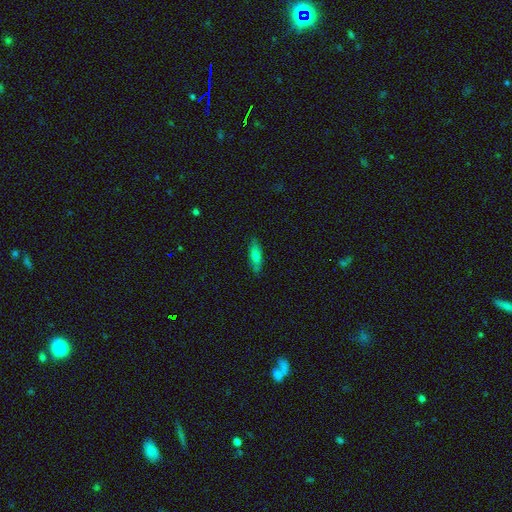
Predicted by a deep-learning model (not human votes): smooth_or_featured: smooth (p=0.75) [alt: featured or disk p=0.17]
how_rounded: in between (p=0.55) [alt: cigar-shaped p=0.43]
merging: none (p=0.82) [alt: minor disturbance p=0.14]